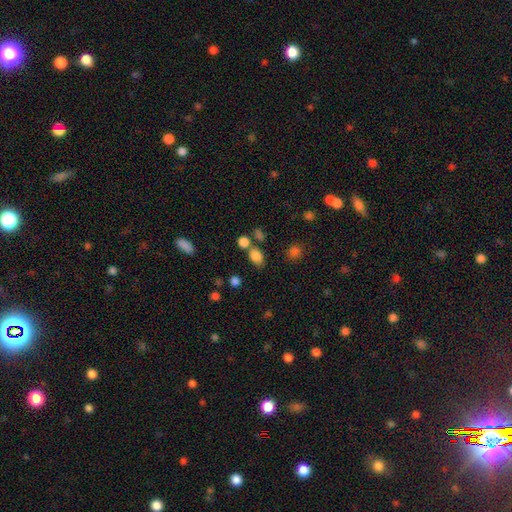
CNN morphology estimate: Smooth or featured? smooth (81%)
How rounded? in between (71%)
Merging? none (58%)